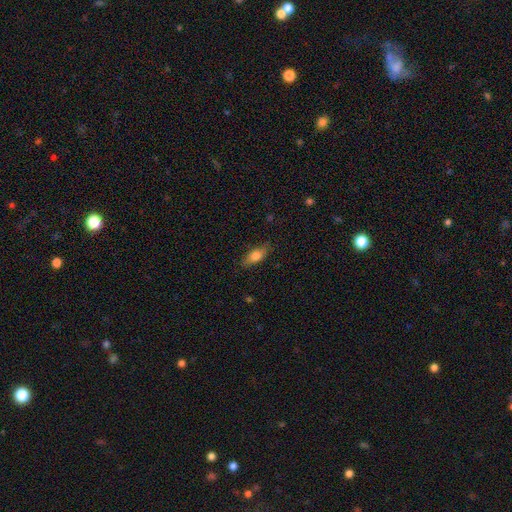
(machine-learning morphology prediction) Q: Smooth or featured?
A: smooth (74%); runner-up: featured or disk (19%)
Q: How rounded?
A: in between (74%); runner-up: cigar-shaped (22%)
Q: Merging?
A: none (82%); runner-up: minor disturbance (14%)